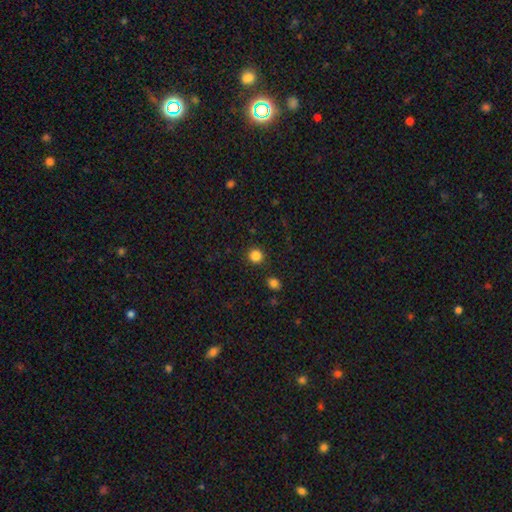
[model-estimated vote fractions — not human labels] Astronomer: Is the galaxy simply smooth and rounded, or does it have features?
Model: smooth — 85%.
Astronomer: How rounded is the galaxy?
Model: round — 93%.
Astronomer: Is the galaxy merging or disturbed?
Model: none — 90%.